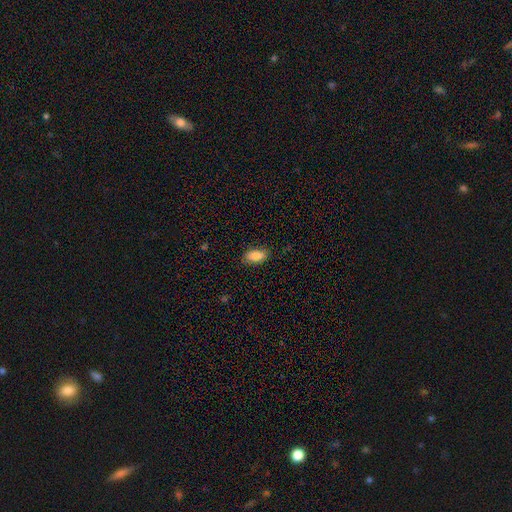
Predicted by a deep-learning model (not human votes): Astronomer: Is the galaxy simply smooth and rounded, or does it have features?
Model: smooth — 85%.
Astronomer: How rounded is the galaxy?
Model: in between — 91%.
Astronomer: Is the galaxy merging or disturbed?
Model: none — 82%.